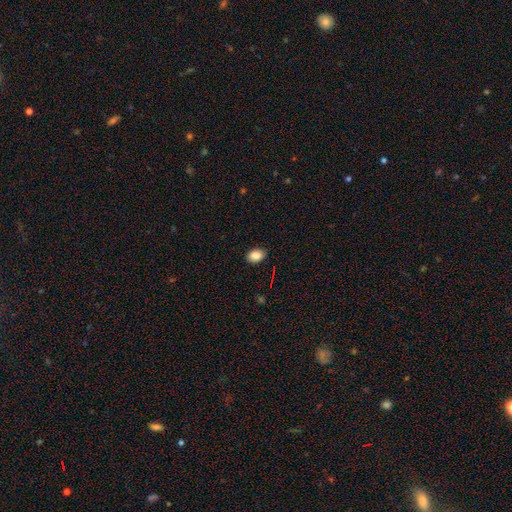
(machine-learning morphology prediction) A smooth galaxy with no disk features (87%) that is in between round and cigar-shaped (81%).

Vote fractions:
- Smooth or featured? smooth: 87% / star or artifact: 8% / featured or disk: 4%
- How rounded? in between: 81% / round: 18% / cigar-shaped: 1%
- Merging? none: 87% / minor disturbance: 10% / major disturbance: 2% / merger: 1%